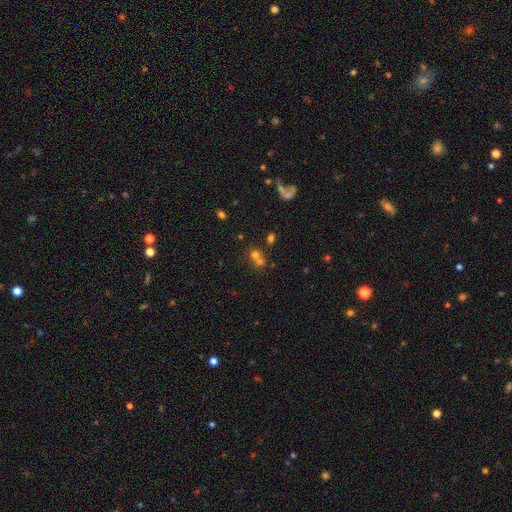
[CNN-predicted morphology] Overall: smooth (60%; star or artifact 23%). How rounded: round (78%). Merging: merger (52%; none 38%).